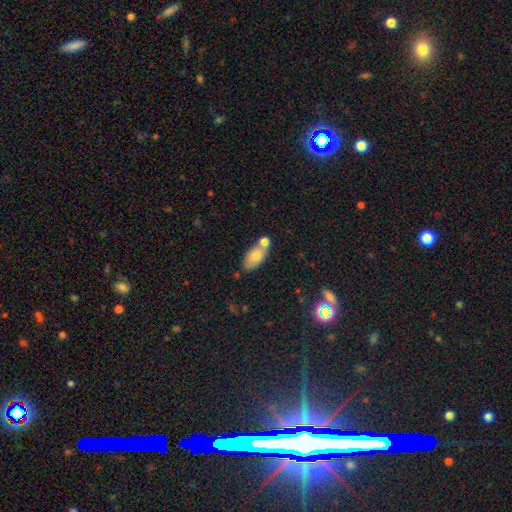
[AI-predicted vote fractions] smooth-or-featured: smooth: 77% | featured or disk: 16% | star or artifact: 8%
  how-rounded: in between: 89% | cigar-shaped: 7% | round: 4%
  merging: none: 52% | merger: 27% | minor disturbance: 16% | major disturbance: 5%